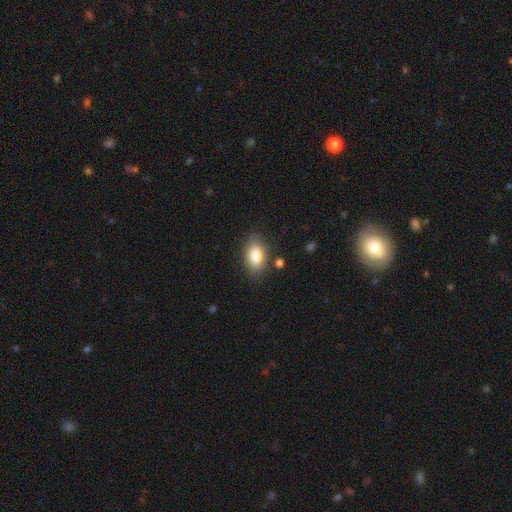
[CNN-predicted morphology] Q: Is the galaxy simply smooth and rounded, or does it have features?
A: smooth — 83%.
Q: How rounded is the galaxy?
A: in between — 90%.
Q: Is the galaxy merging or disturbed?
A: none — 83%.